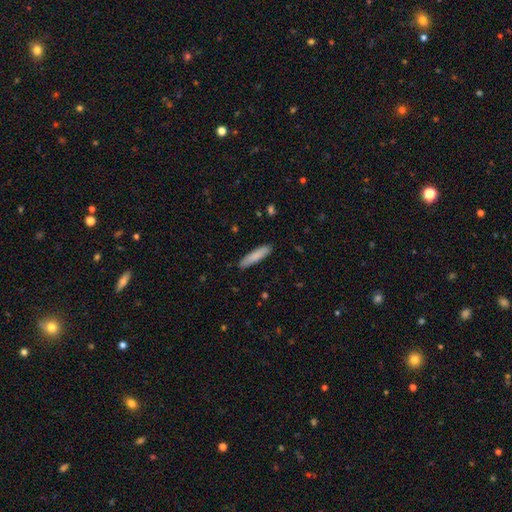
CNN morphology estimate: The model was most divided on "how rounded": cigar-shaped: 84%, in between: 15%, round: 1%. More confident: merging — none (88%); smooth or featured — smooth (84%).